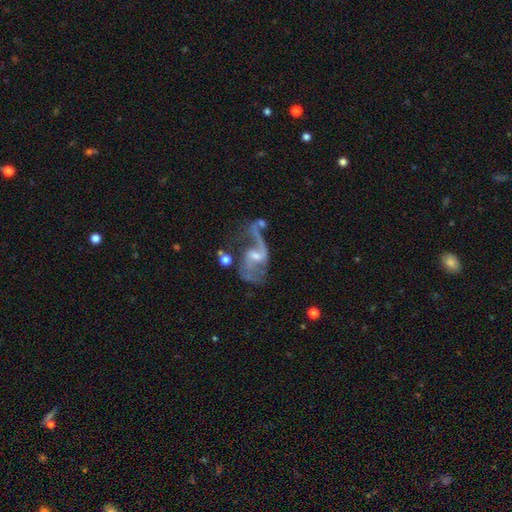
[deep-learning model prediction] Smooth or featured?
  - featured or disk: 83% *
  - smooth: 8%
  - star or artifact: 8%
Edge-on disk?
  - no: 96% *
  - yes: 4%
Bar?
  - weak: 49% *
  - no: 32%
  - strong: 19%
Spiral arms?
  - yes: 86% *
  - no: 14%
Spiral winding?
  - loose: 70% *
  - medium: 24%
  - tight: 6%
Spiral arm count?
  - 2: 75% *
  - 1: 14%
  - can't tell: 6%
  - 3: 2%
  - 4: 1%
  - more than 4: 1%
Bulge size?
  - small: 53% *
  - moderate: 34%
  - none: 10%
  - large: 3%
  - dominant: 1%
Merging?
  - none: 35% *
  - major disturbance: 32%
  - minor disturbance: 17%
  - merger: 15%